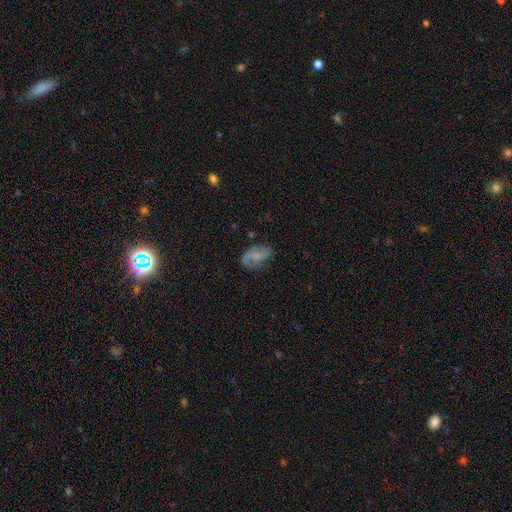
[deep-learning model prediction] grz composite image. It shows a featured or disk galaxy (45%, tied with smooth). Merging: none (54%).